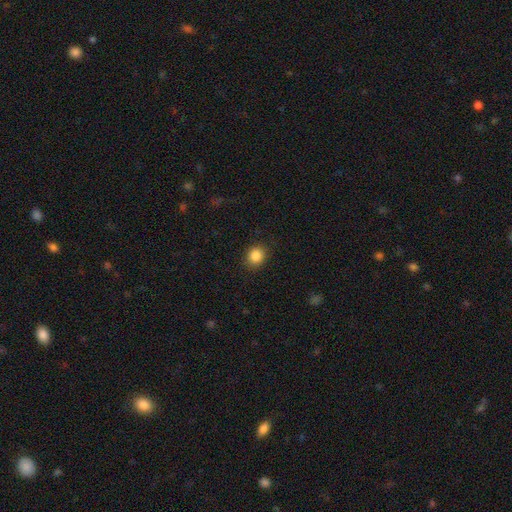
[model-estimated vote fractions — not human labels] The model was most divided on "how rounded": round: 75%, in between: 24%, cigar-shaped: 1%. More confident: merging — none (88%); smooth or featured — smooth (86%).